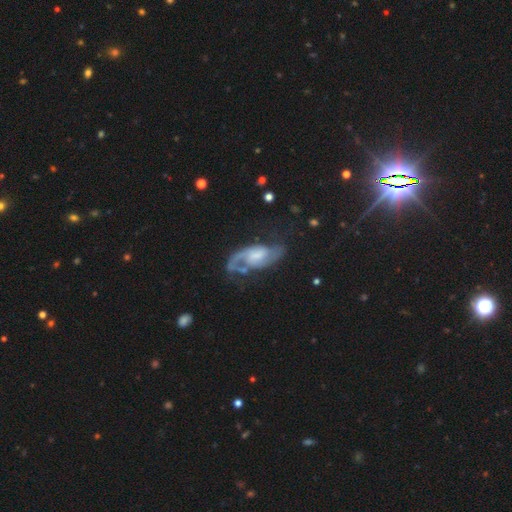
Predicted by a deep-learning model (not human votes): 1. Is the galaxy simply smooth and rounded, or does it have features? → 84% featured or disk, 10% smooth, 6% star or artifact.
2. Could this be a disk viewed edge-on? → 96% no, 4% yes.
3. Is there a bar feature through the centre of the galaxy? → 45% weak, 43% no, 12% strong.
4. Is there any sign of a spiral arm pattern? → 95% yes, 5% no.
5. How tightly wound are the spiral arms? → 48% medium, 34% loose, 18% tight.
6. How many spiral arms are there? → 75% 2, 16% 1, 5% can't tell, 2% 3, 1% 4, 1% more than 4.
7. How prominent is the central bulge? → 32% small (tied), 32% moderate (tied), 21% none, 13% large, 2% dominant.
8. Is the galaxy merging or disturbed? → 53% none, 22% major disturbance, 21% minor disturbance, 5% merger.